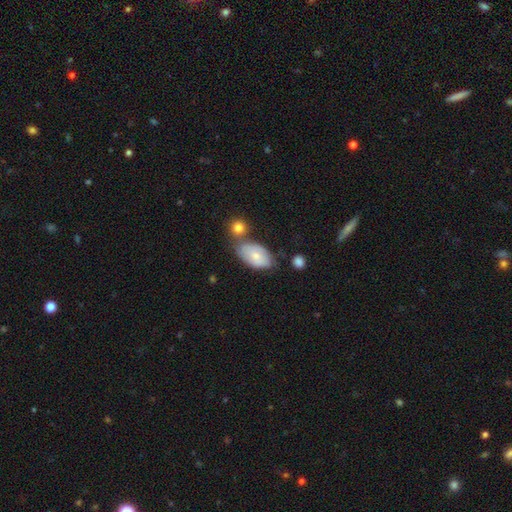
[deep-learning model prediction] Smooth or featured: smooth — 66% (featured or disk — 27%)
How rounded: in between — 92% (round — 6%)
Merging: none — 45% (minor disturbance — 24%)